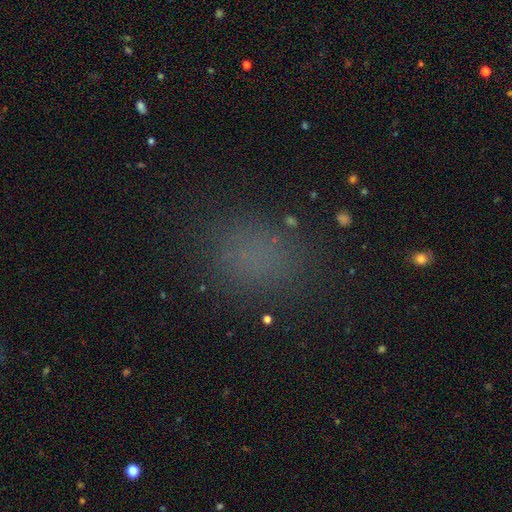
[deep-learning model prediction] Smooth or featured? Predicted: smooth (p=0.70). How rounded? Predicted: round (p=0.52). Merging? Predicted: none (p=0.83).